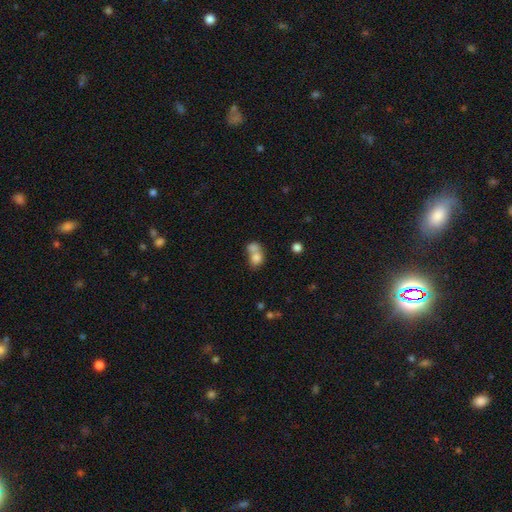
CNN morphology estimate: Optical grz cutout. It shows a smooth galaxy with no disk features (76%) that is round (53%). Merging: merger (66%).